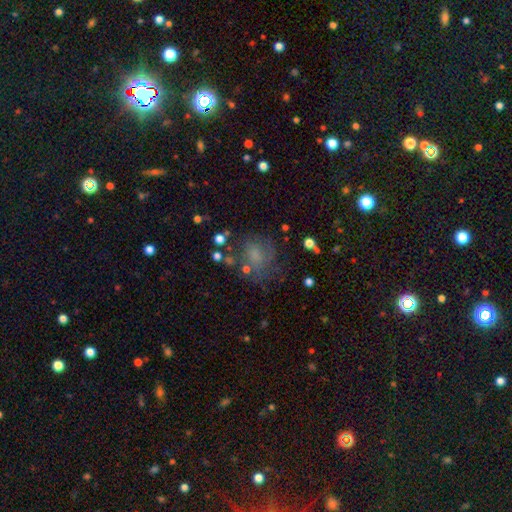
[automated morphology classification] smooth 50%, featured or disk 33%, star or artifact 17%. Down the decision tree: how rounded — round (60%); merging — none (55%).